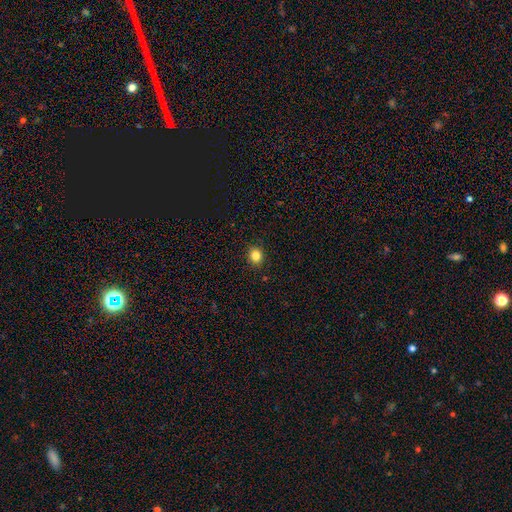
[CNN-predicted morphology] Smooth or featured? Predicted: smooth (p=0.83). How rounded? Predicted: round (p=0.74). Merging? Predicted: none (p=0.90).